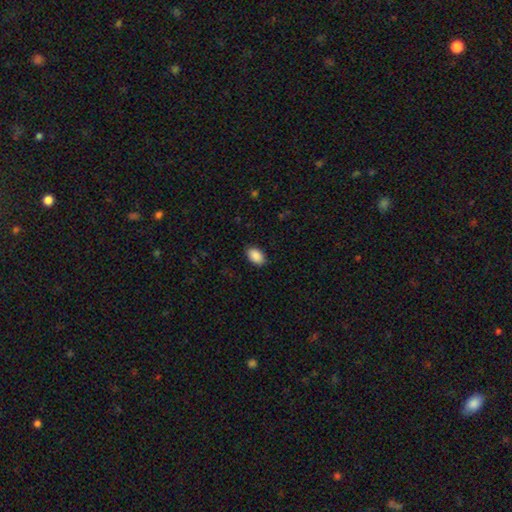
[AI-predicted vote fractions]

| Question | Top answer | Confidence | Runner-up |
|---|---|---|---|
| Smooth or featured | smooth | 90% | star or artifact (7%) |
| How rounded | in between | 92% | round (7%) |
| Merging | none | 88% | minor disturbance (9%) |